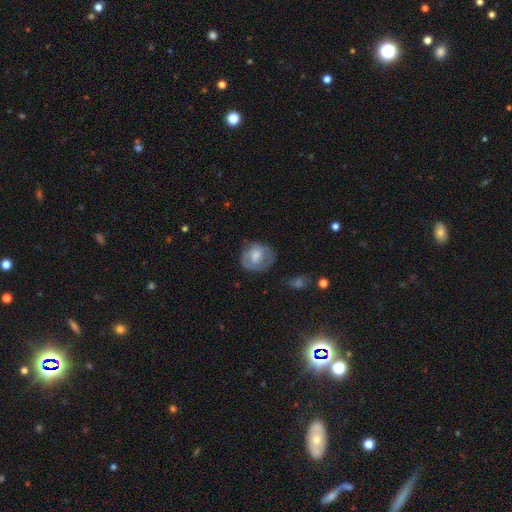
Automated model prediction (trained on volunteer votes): A smooth galaxy with no disk features (57%) that is round (65%). Merging: none (63%).